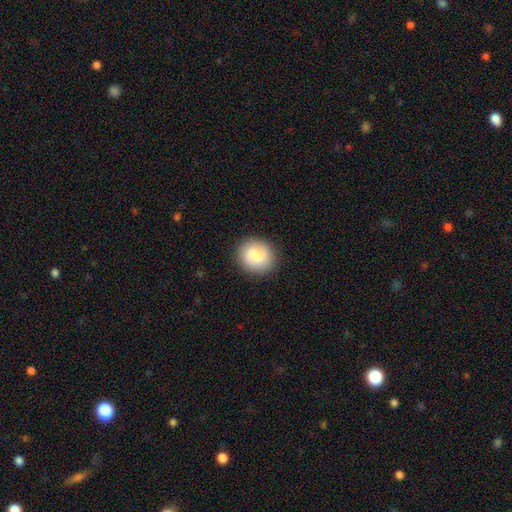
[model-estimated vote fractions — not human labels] This appears to be a smooth galaxy with no disk features (76%) that is round (77%). Merging: none (87%).